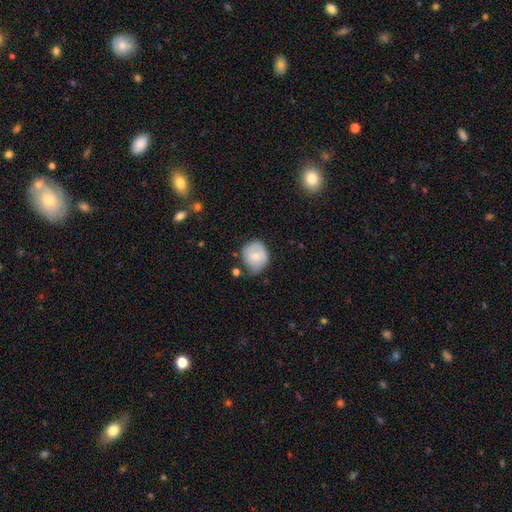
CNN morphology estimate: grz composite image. It shows a smooth galaxy with no disk features (58%) that is round (75%). Merging: none (49%).